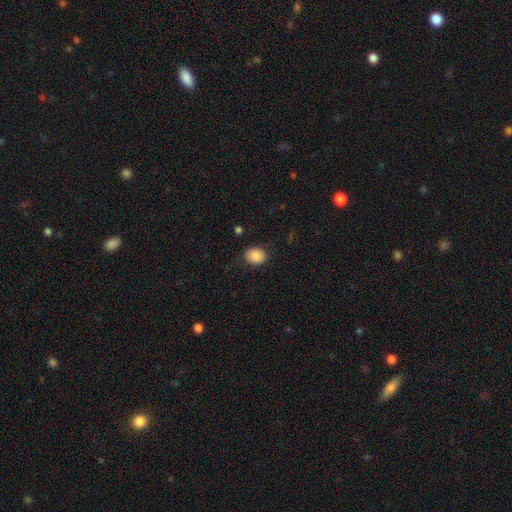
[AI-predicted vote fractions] Smooth or featured? Predicted: smooth (p=0.87). How rounded? Predicted: round (p=0.54). Merging? Predicted: none (p=0.84).